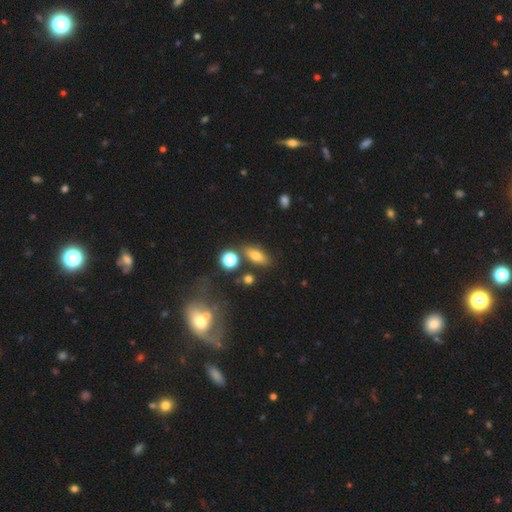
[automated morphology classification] smooth_or_featured: smooth (p=0.69) [alt: featured or disk p=0.17]
how_rounded: in between (p=0.73) [alt: cigar-shaped p=0.17]
merging: none (p=0.77) [alt: minor disturbance p=0.12]